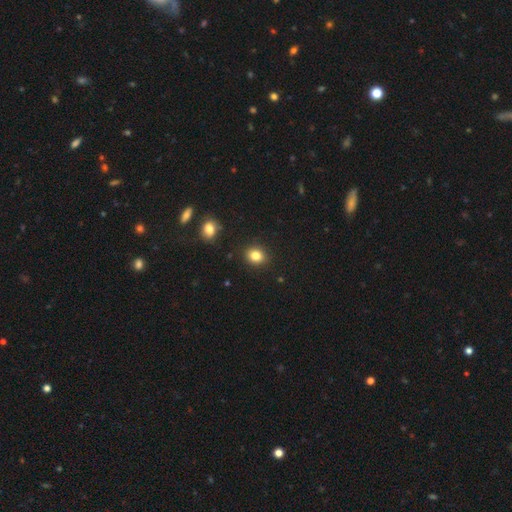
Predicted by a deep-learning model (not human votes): Overall: smooth (84%). How rounded: round (64%; in between 35%). Merging: none (89%).